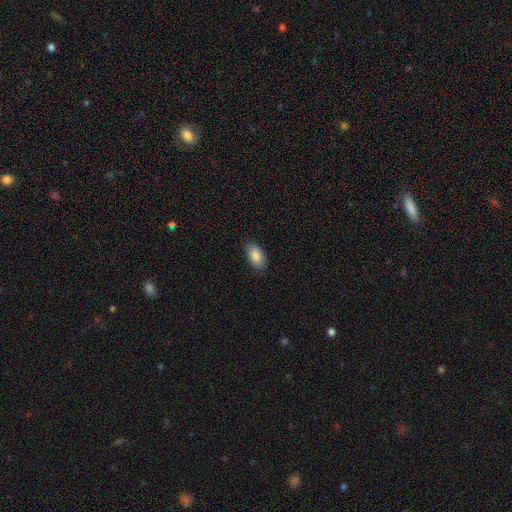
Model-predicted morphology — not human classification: smooth_or_featured: smooth (p=0.87) [alt: star or artifact p=0.07]
how_rounded: in between (p=0.93) [alt: round p=0.05]
merging: none (p=0.80) [alt: minor disturbance p=0.17]